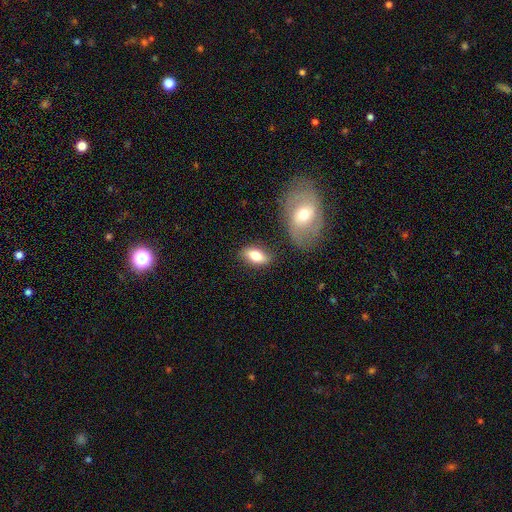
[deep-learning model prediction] Overall: smooth (68%). How rounded: in between (82%). Merging: none (78%).